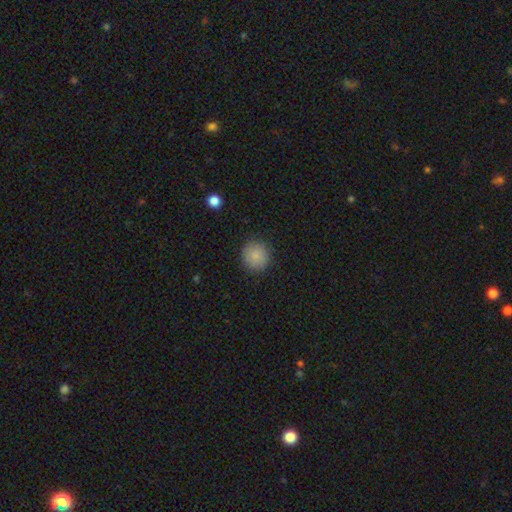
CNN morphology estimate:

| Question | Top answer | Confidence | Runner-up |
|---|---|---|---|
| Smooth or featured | smooth | 85% | star or artifact (9%) |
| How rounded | round | 92% | in between (7%) |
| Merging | none | 89% | minor disturbance (7%) |